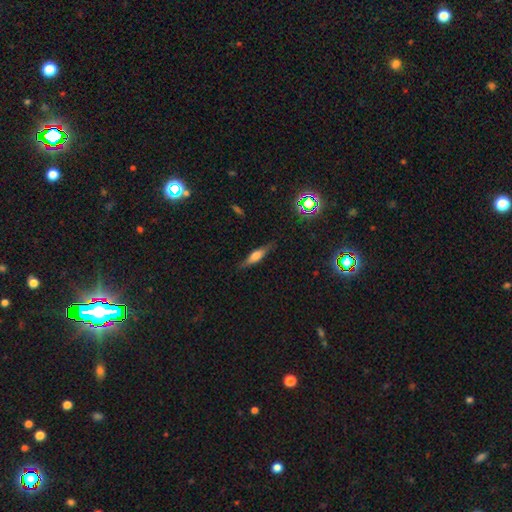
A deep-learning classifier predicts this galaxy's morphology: featured or disk 49%, smooth 42%, star or artifact 9%. Down the decision tree: merging — none (84%).